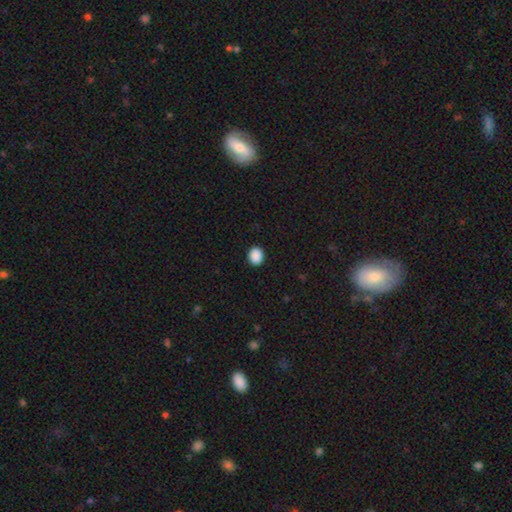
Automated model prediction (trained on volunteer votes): smooth_or_featured: smooth (p=0.89) [alt: star or artifact p=0.09]
how_rounded: round (p=0.63) [alt: in between p=0.36]
merging: none (p=0.91) [alt: minor disturbance p=0.07]